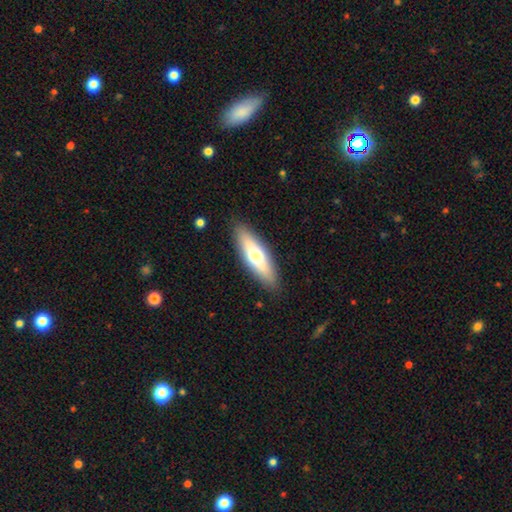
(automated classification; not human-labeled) Smooth or featured: smooth — 57% (featured or disk — 37%)
How rounded: cigar-shaped — 54% (in between — 43%)
Merging: none — 88% (minor disturbance — 8%)